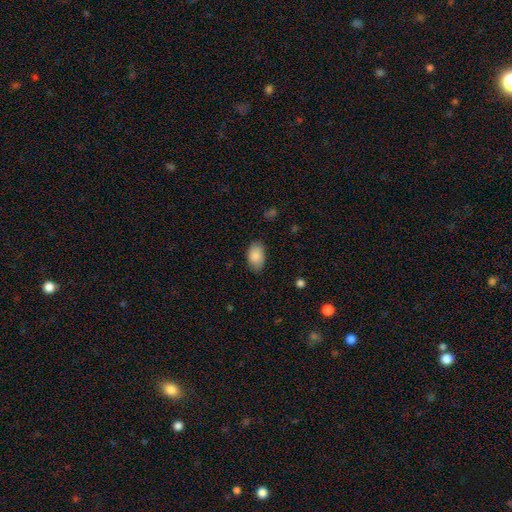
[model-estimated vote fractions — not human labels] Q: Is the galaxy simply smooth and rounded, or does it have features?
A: smooth — 87%.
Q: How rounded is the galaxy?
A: in between — 92%.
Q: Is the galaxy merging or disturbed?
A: none — 81%.